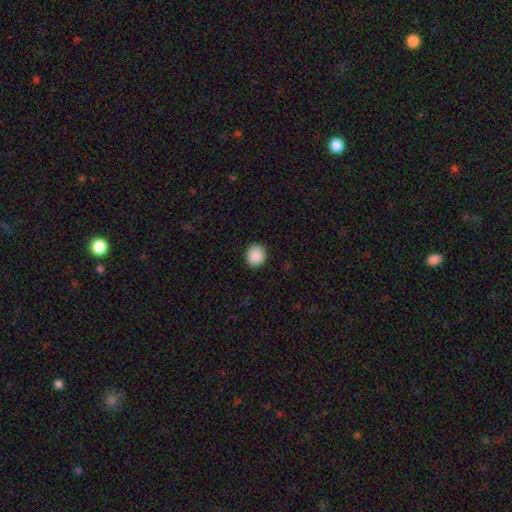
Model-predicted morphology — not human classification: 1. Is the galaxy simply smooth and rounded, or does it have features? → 89% smooth, 8% star or artifact, 3% featured or disk.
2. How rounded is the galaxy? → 84% round, 15% in between, 1% cigar-shaped.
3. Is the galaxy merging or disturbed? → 91% none, 6% minor disturbance, 2% major disturbance, 1% merger.